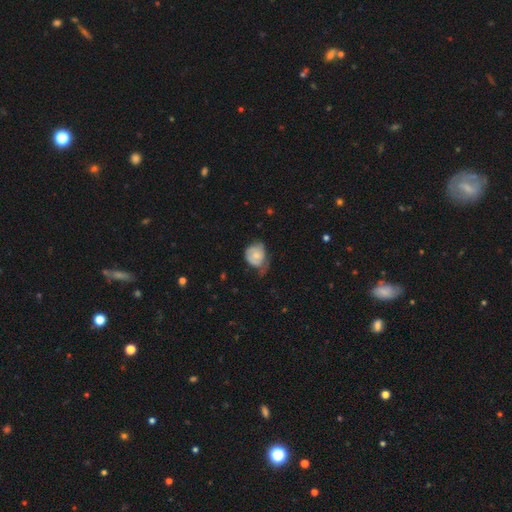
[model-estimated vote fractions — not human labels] Overall: smooth (58%; featured or disk 35%). How rounded: round (55%; in between 44%). Merging: minor disturbance (43%; none 27%).